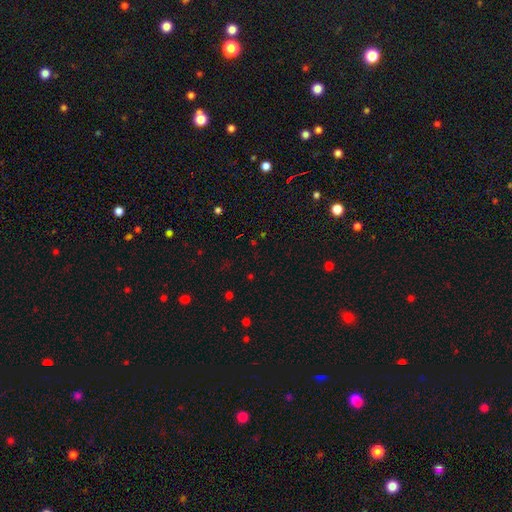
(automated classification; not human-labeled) Smooth or featured?
  - star or artifact: 61% *
  - smooth: 31%
  - featured or disk: 7%